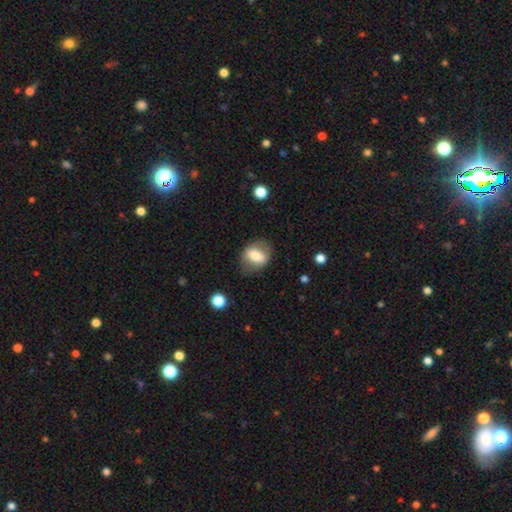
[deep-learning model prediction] smooth-or-featured: smooth: 66% | featured or disk: 26% | star or artifact: 8%
  how-rounded: in between: 64% | round: 33% | cigar-shaped: 3%
  merging: none: 74% | minor disturbance: 16% | major disturbance: 8% | merger: 1%